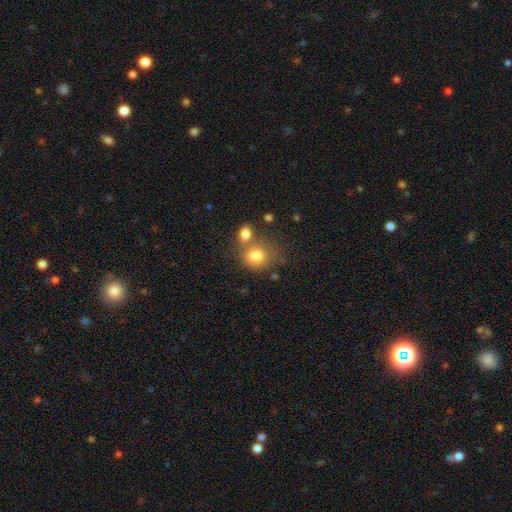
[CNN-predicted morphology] smooth 80%, featured or disk 10%, star or artifact 10%. Down the decision tree: how rounded — round (71%); merging — none (45%).